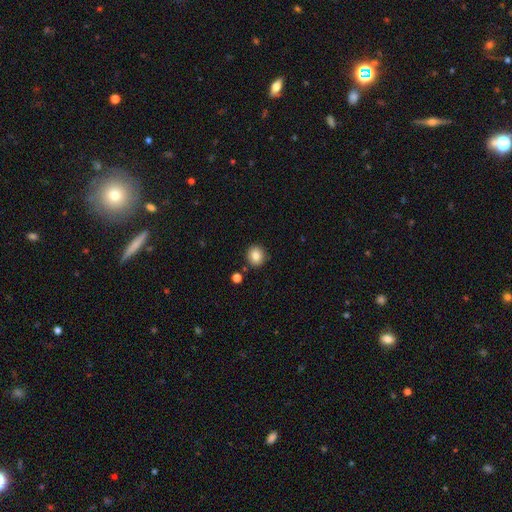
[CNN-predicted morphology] smooth_or_featured: smooth (p=0.84) [alt: star or artifact p=0.10]
how_rounded: round (p=0.83) [alt: in between p=0.16]
merging: none (p=0.87) [alt: minor disturbance p=0.07]